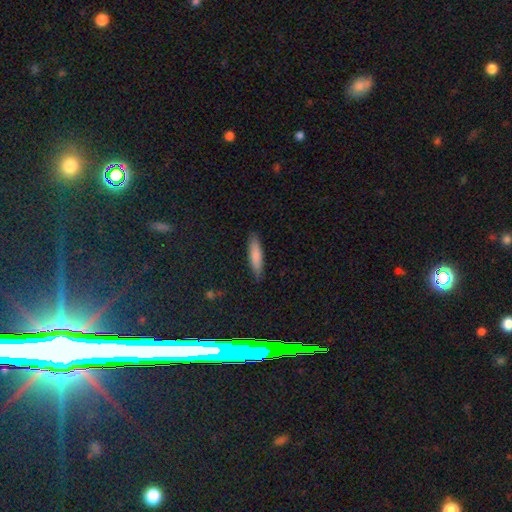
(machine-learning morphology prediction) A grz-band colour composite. It shows a smooth galaxy with no disk features (81%) that is cigar-shaped (72%). Merging: none (85%).